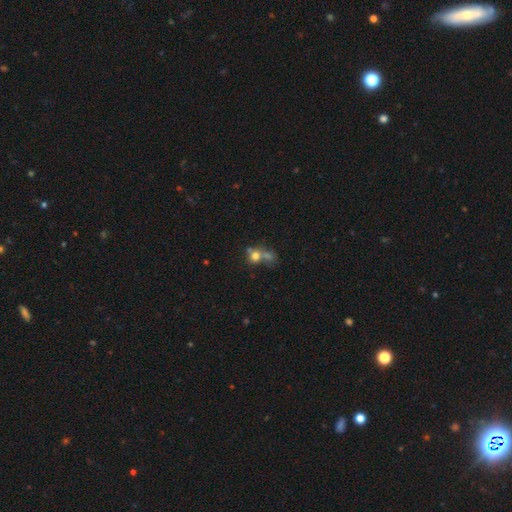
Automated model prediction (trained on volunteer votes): Smooth or featured: smooth — 69% (featured or disk — 16%)
How rounded: round — 75% (in between — 24%)
Merging: merger — 53% (none — 31%)